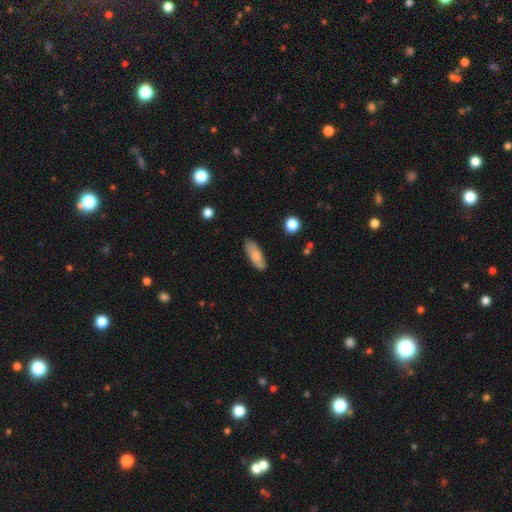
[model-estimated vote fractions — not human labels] Smooth or featured: smooth — 79% (featured or disk — 15%)
How rounded: in between — 68% (cigar-shaped — 30%)
Merging: none — 83% (minor disturbance — 13%)